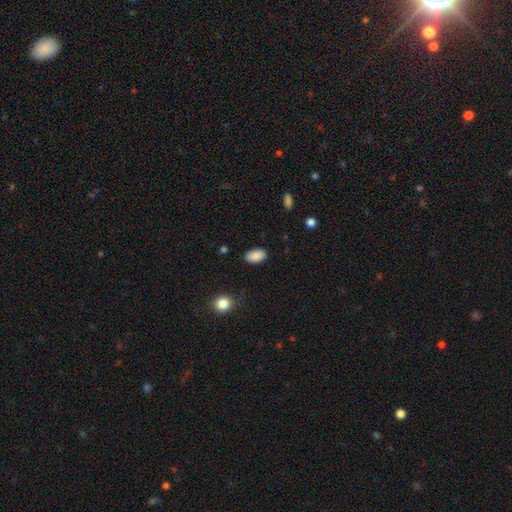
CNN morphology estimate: The model was most divided on "merging": none: 85%, minor disturbance: 11%, major disturbance: 3%, merger: 1%. More confident: how rounded — in between (93%); smooth or featured — smooth (88%).